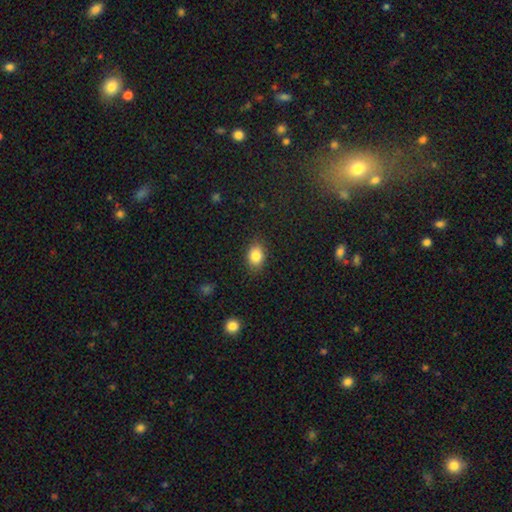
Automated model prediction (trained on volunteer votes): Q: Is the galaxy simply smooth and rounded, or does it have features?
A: smooth — 85%.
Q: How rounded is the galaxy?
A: in between — 73%.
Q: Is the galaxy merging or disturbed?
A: none — 86%.